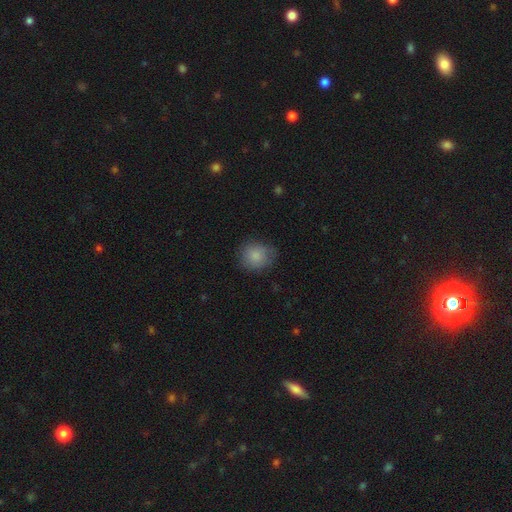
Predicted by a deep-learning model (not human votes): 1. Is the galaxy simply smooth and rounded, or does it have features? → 86% smooth, 8% star or artifact, 7% featured or disk.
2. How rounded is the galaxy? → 82% round, 17% in between, 1% cigar-shaped.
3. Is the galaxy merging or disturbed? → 76% none, 18% minor disturbance, 5% major disturbance, 1% merger.